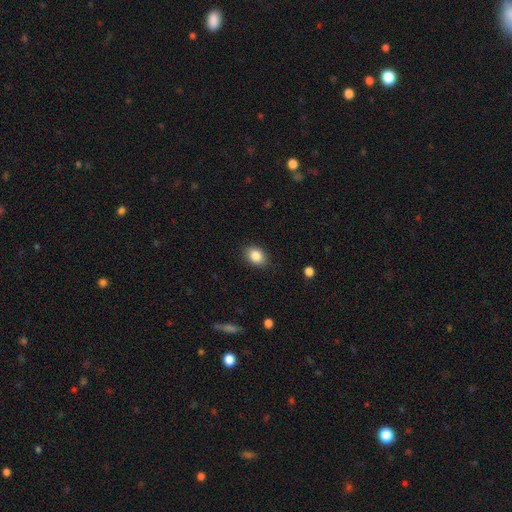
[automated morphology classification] This is clearly a smooth galaxy (86%). How rounded: likely in between (71%). Merging: clearly none (86%).